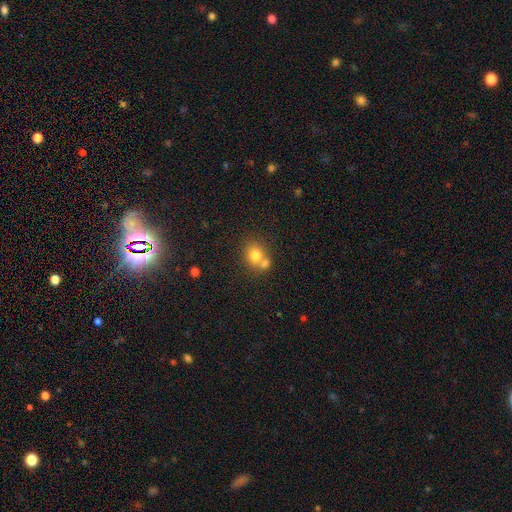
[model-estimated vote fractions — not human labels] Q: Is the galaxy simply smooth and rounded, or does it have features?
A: smooth — 78%.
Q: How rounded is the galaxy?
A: round — 70%.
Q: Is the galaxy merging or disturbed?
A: merger — 44%, tied with none.